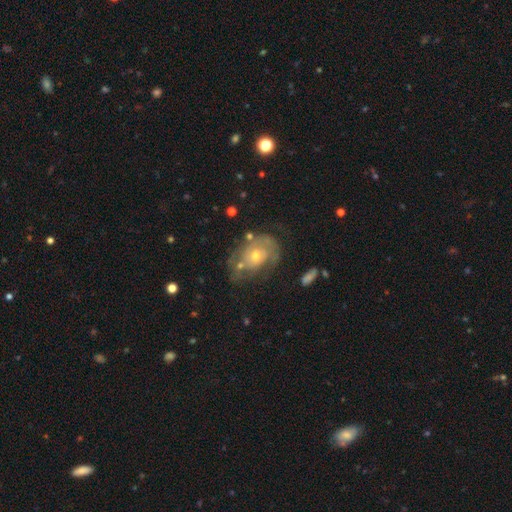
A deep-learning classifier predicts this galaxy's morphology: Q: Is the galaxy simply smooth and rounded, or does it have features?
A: featured or disk — 68%.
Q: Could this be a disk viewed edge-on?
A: no — 96%.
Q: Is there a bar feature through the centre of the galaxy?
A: no — 83%.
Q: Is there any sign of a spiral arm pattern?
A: yes — 69%.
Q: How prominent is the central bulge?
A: moderate — 49%.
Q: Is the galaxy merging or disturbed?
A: none — 52%.